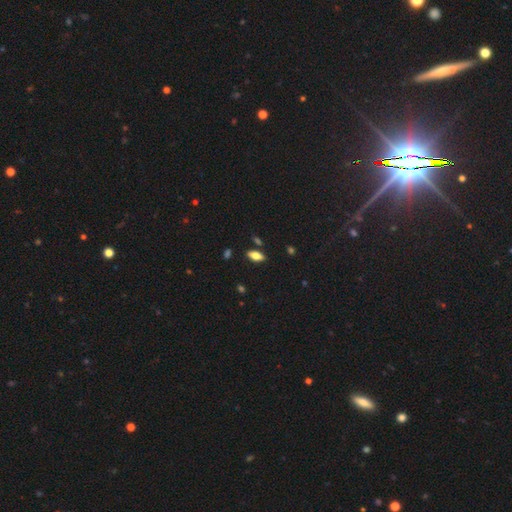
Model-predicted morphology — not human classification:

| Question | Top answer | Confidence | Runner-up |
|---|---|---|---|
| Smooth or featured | smooth | 72% | featured or disk (20%) |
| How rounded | in between | 85% | cigar-shaped (12%) |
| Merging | none | 85% | minor disturbance (10%) |